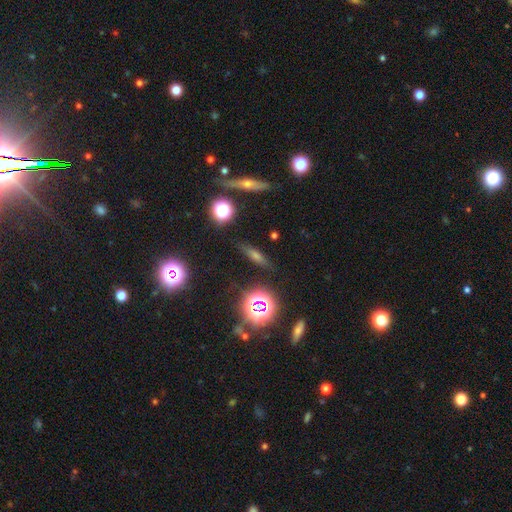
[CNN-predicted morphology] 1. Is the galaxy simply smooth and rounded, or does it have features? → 39% featured or disk, 37% smooth, 23% star or artifact.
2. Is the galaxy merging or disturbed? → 86% none, 9% minor disturbance, 3% major disturbance, 2% merger.